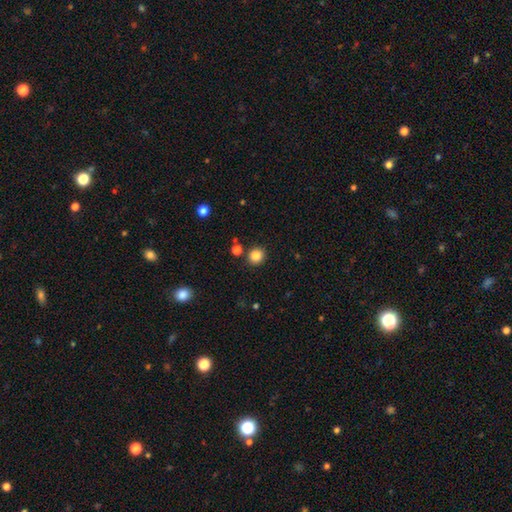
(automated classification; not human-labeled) The model was most divided on "smooth or featured": smooth: 85%, star or artifact: 11%, featured or disk: 4%. More confident: how rounded — round (90%); merging — none (88%).